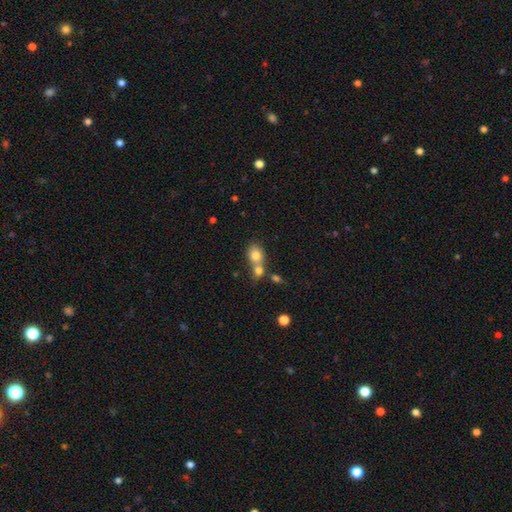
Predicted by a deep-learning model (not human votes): smooth_or_featured: smooth (p=0.78) [alt: featured or disk p=0.13]
how_rounded: in between (p=0.50) [alt: round p=0.49]
merging: merger (p=0.60) [alt: none p=0.29]